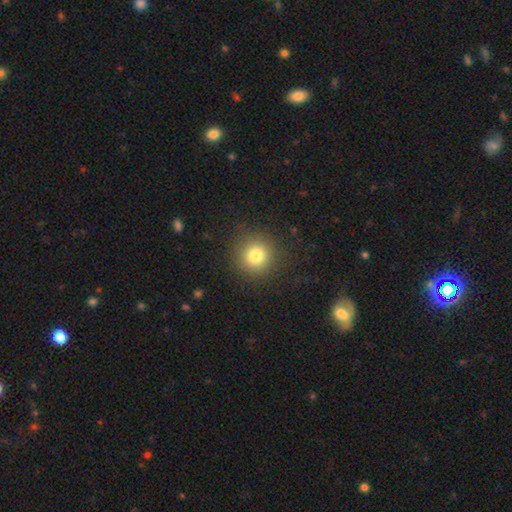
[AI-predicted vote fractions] This is clearly a smooth galaxy (80%). How rounded: clearly round (94%). Merging: clearly none (89%).